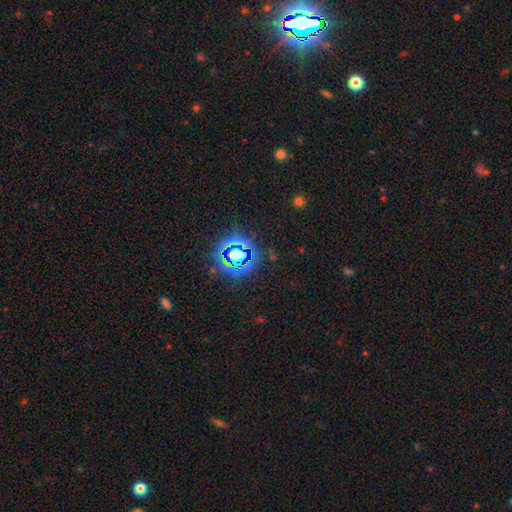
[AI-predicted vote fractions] star or artifact 77%, smooth 15%, featured or disk 8%.